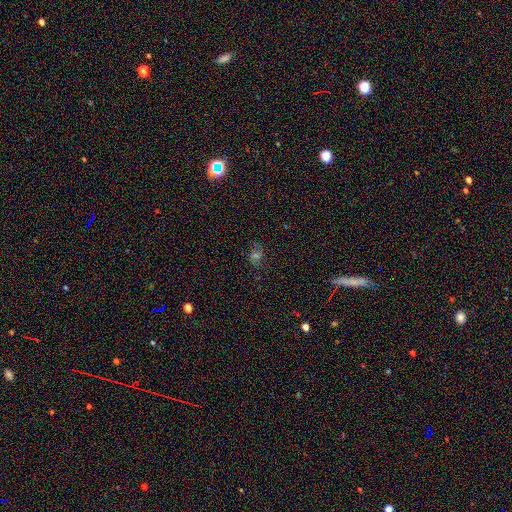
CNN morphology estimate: Overall: smooth (35%; featured or disk 34%). Merging: none (73%).